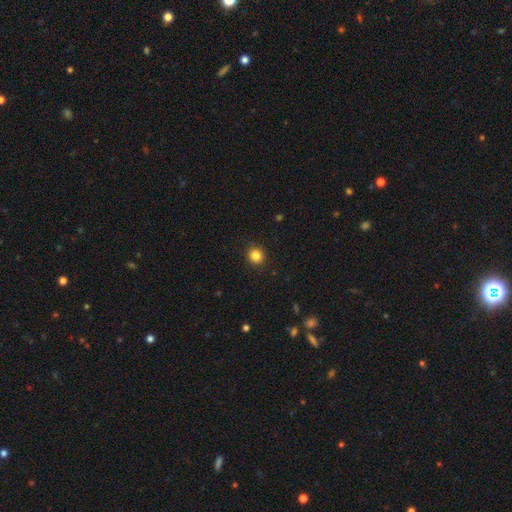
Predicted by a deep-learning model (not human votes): Overall: smooth (85%). How rounded: round (90%). Merging: none (91%).